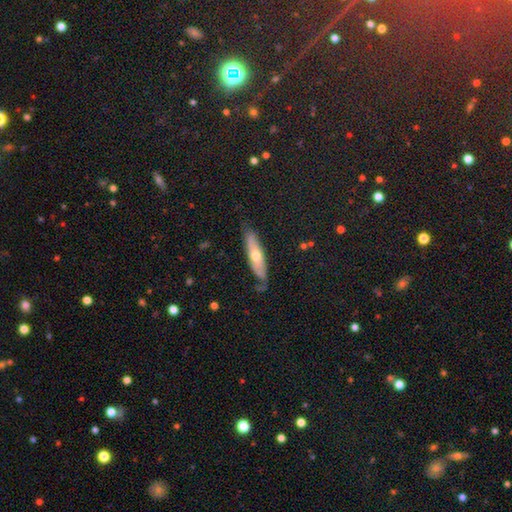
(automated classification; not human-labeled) featured or disk 49%, smooth 43%, star or artifact 7%. Down the decision tree: merging — none (70%).